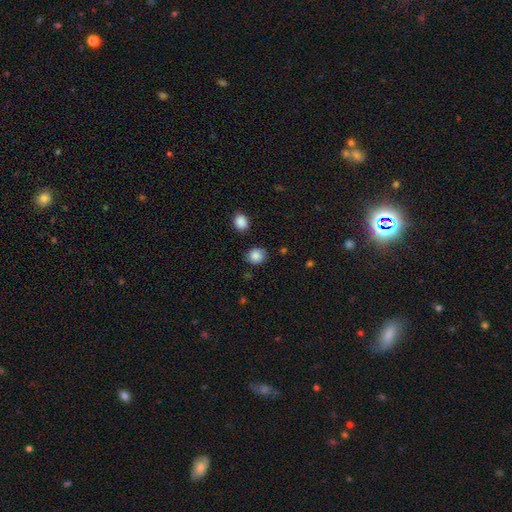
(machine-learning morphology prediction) A smooth galaxy with no disk features (87%) that is round (72%). Merging: none (81%).